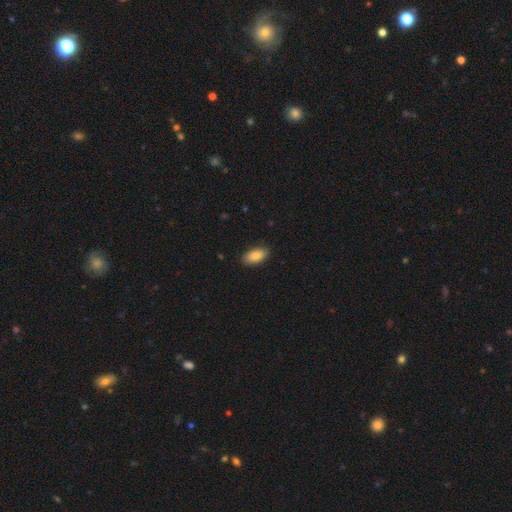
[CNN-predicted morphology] A smooth galaxy with no disk features (85%) that is in between round and cigar-shaped (92%).

Vote fractions:
- Smooth or featured? smooth: 85% / featured or disk: 8% / star or artifact: 6%
- How rounded? in between: 92% / cigar-shaped: 5% / round: 2%
- Merging? none: 85% / minor disturbance: 12% / major disturbance: 2% / merger: 1%